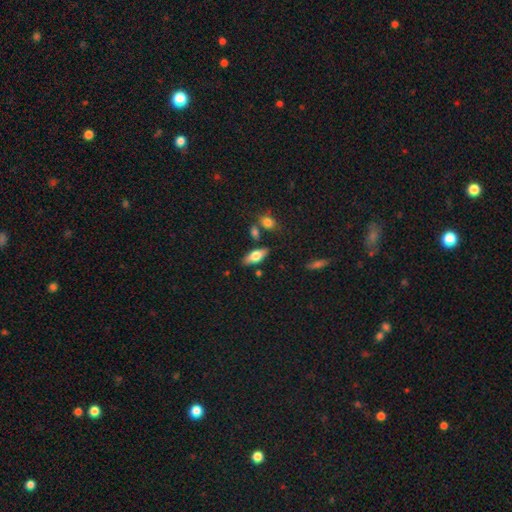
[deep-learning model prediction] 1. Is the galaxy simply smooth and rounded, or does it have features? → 64% smooth, 29% featured or disk, 7% star or artifact.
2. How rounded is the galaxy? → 78% in between, 19% cigar-shaped, 3% round.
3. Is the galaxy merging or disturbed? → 79% none, 12% minor disturbance, 6% merger, 3% major disturbance.